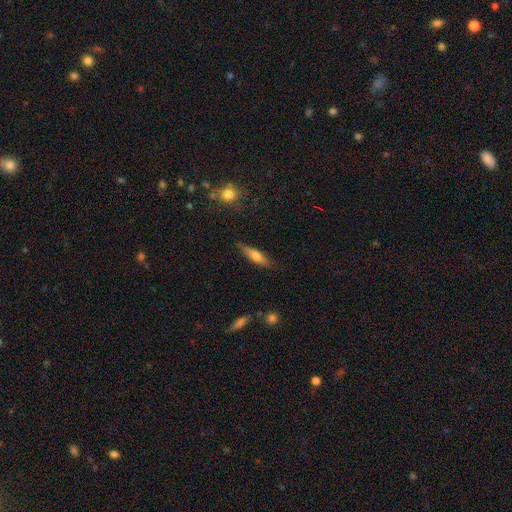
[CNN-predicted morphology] smooth-or-featured: smooth: 64% | featured or disk: 29% | star or artifact: 7%
  how-rounded: cigar-shaped: 76% | in between: 22% | round: 2%
  merging: none: 82% | minor disturbance: 14% | major disturbance: 3% | merger: 2%